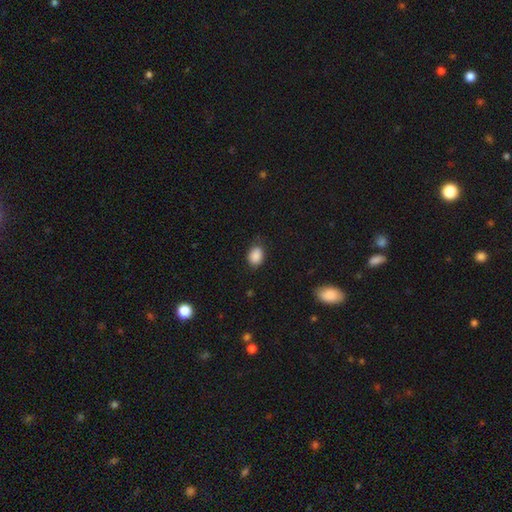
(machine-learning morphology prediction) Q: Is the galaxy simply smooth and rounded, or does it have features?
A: smooth — 88%.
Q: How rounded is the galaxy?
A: in between — 66%.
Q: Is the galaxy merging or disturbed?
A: none — 73%.